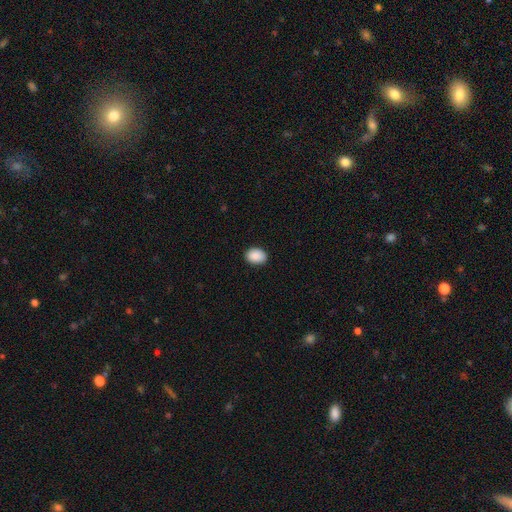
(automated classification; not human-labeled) smooth-or-featured: smooth: 90% | star or artifact: 7% | featured or disk: 3%
  how-rounded: in between: 72% | round: 27% | cigar-shaped: 1%
  merging: none: 89% | minor disturbance: 8% | major disturbance: 2% | merger: 1%